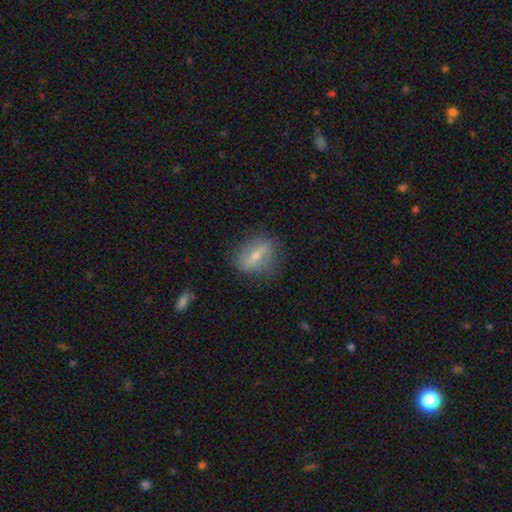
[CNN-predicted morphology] Q: Smooth or featured?
A: featured or disk (49%); runner-up: smooth (42%)
Q: Merging?
A: none (73%); runner-up: minor disturbance (19%)